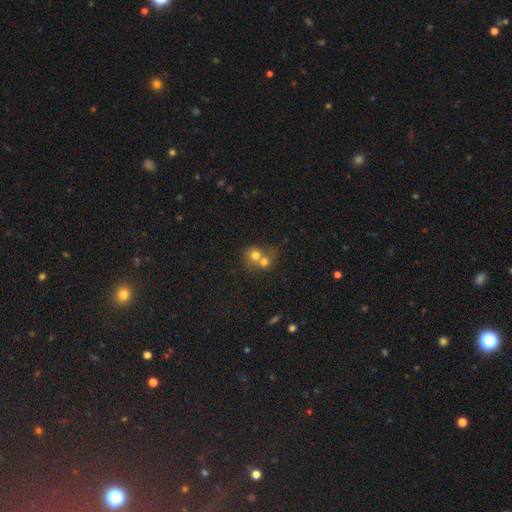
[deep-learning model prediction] A smooth galaxy with no disk features (70%) that is round (78%).

Vote fractions:
- Smooth or featured? smooth: 70% / featured or disk: 18% / star or artifact: 12%
- How rounded? round: 78% / in between: 21% / cigar-shaped: 1%
- Merging? merger: 67% / none: 25% / minor disturbance: 5% / major disturbance: 3%